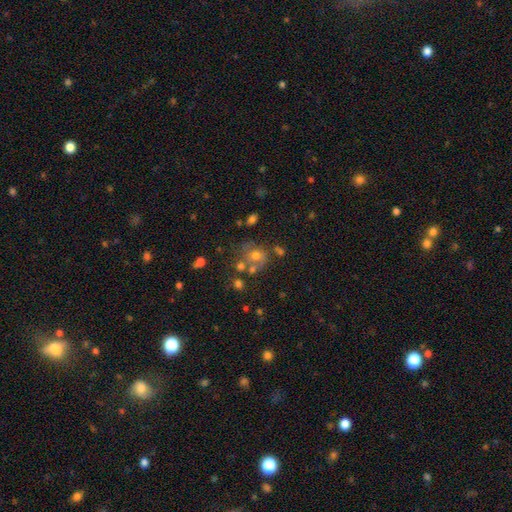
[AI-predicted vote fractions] This appears to be a smooth galaxy with no disk features (50%). Merging: none (51%).